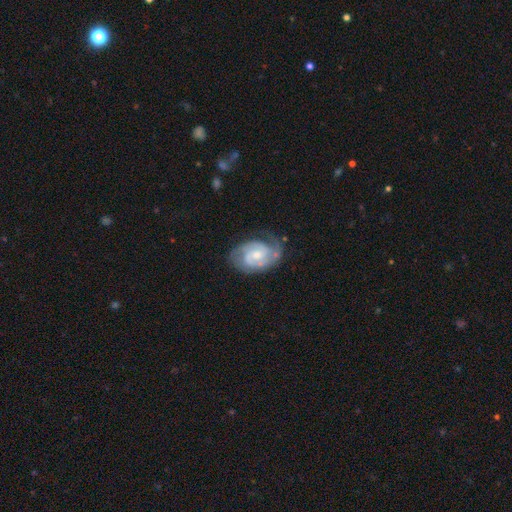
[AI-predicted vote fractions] Smooth or featured? featured or disk (84%)
Edge-on disk? no (98%)
Bar? no (52%)
Spiral arms? yes (96%)
Spiral winding? tight (46%)
Spiral arm count? 2 (67%)
Bulge size? moderate (48%)
Merging? none (64%)